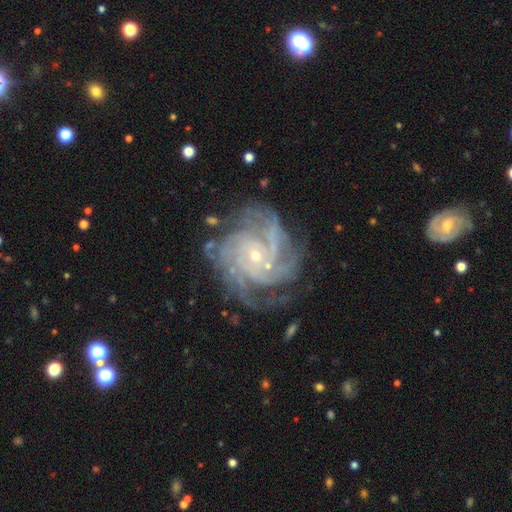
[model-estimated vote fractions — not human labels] featured or disk 90%, star or artifact 6%, smooth 4%. Down the decision tree: edge-on disk — no (98%); bar — no (73%); spiral arms — yes (98%); spiral arm count — 4 (34%); spiral winding — tight (67%); bulge size — small (76%); merging — none (69%).